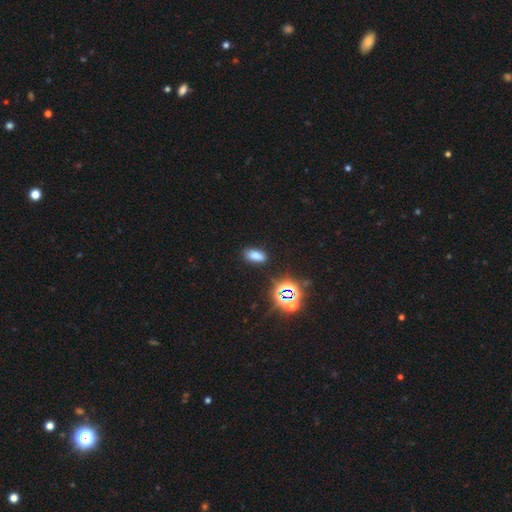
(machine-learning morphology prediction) A smooth galaxy with no disk features (70%) that is in between round and cigar-shaped (85%).

Vote fractions:
- Smooth or featured? smooth: 70% / star or artifact: 23% / featured or disk: 6%
- How rounded? in between: 85% / cigar-shaped: 9% / round: 6%
- Merging? none: 85% / minor disturbance: 10% / major disturbance: 3% / merger: 2%